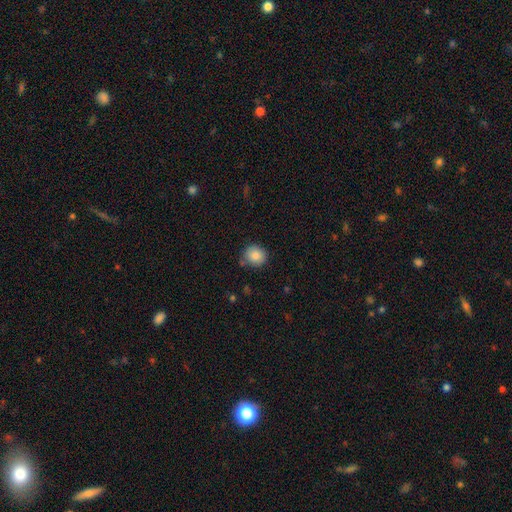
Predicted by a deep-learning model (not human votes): Overall: smooth (86%). How rounded: round (85%). Merging: none (79%).